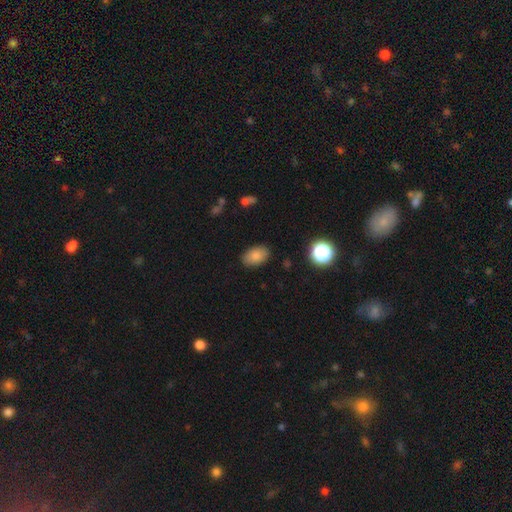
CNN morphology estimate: smooth_or_featured: smooth (p=0.83) [alt: star or artifact p=0.10]
how_rounded: in between (p=0.89) [alt: round p=0.09]
merging: none (p=0.85) [alt: minor disturbance p=0.11]